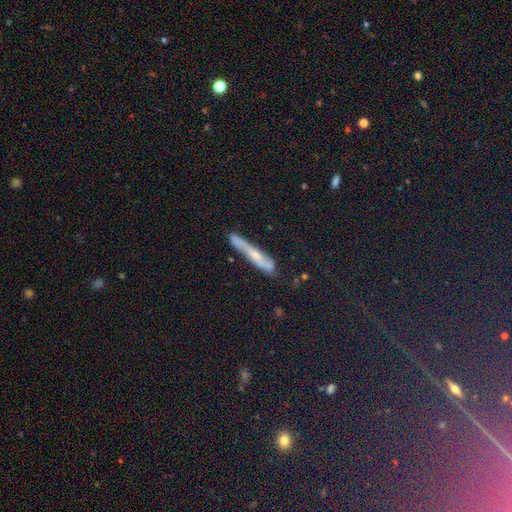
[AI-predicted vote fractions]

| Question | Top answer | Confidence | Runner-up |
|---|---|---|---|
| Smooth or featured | smooth | 44% | featured or disk (36%) |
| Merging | none | 73% | minor disturbance (19%) |